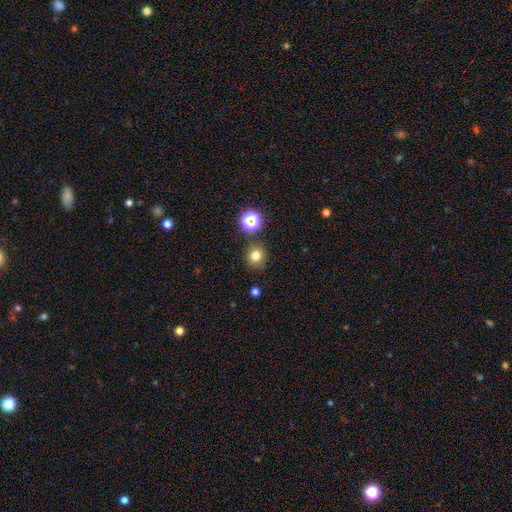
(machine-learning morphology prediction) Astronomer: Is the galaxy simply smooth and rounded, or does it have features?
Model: smooth — 75%.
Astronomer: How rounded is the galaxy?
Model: round — 86%.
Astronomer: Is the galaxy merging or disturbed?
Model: none — 84%.